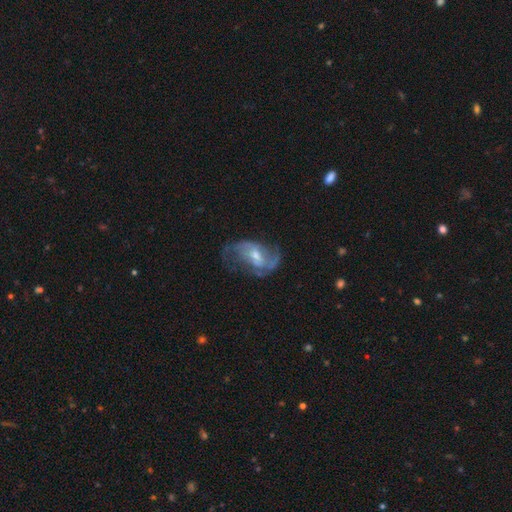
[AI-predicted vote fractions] featured or disk 80%, smooth 13%, star or artifact 7%. Down the decision tree: edge-on disk — no (96%); bar — weak (50%); spiral arms — yes (89%); spiral arm count — 2 (77%); spiral winding — medium (44%); bulge size — moderate (56%); merging — none (54%).